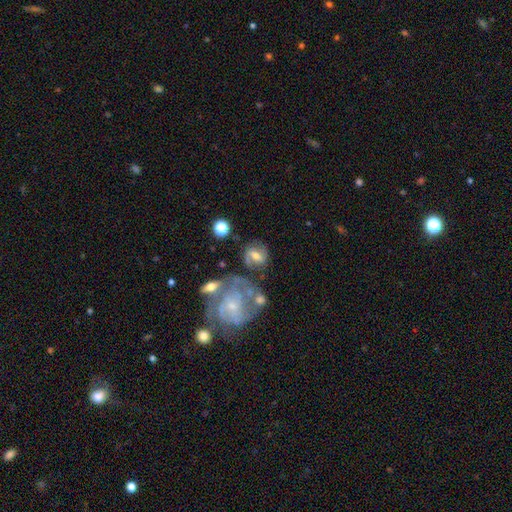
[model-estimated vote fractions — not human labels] Smooth or featured: featured or disk — 59% (smooth — 32%)
Edge-on disk: no — 95% (yes — 5%)
Bar: weak — 45% (strong — 31%)
Spiral arms: yes — 79% (no — 21%)
Bulge size: moderate — 52% (small — 35%)
Merging: none — 61% (minor disturbance — 18%)